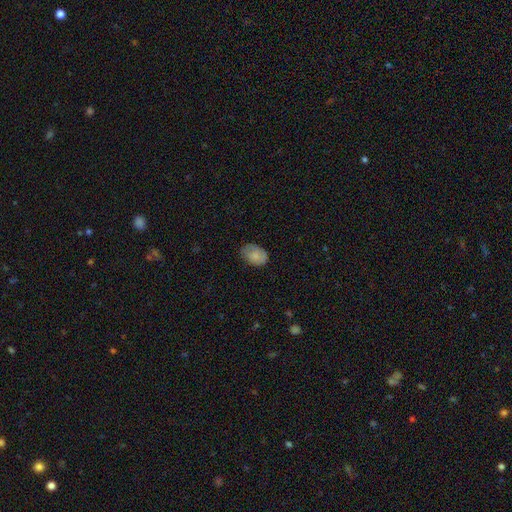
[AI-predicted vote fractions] Q: Smooth or featured?
A: smooth (80%); runner-up: featured or disk (13%)
Q: How rounded?
A: in between (85%); runner-up: round (14%)
Q: Merging?
A: none (67%); runner-up: minor disturbance (26%)